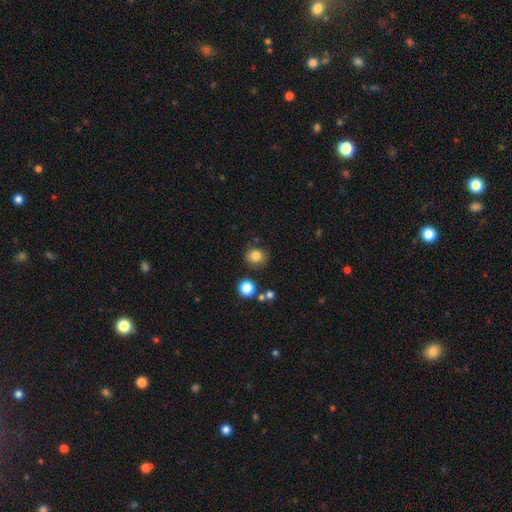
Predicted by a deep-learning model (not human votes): smooth-or-featured: smooth: 83% | star or artifact: 12% | featured or disk: 5%
  how-rounded: round: 77% | in between: 22% | cigar-shaped: 1%
  merging: none: 82% | minor disturbance: 11% | merger: 4% | major disturbance: 3%